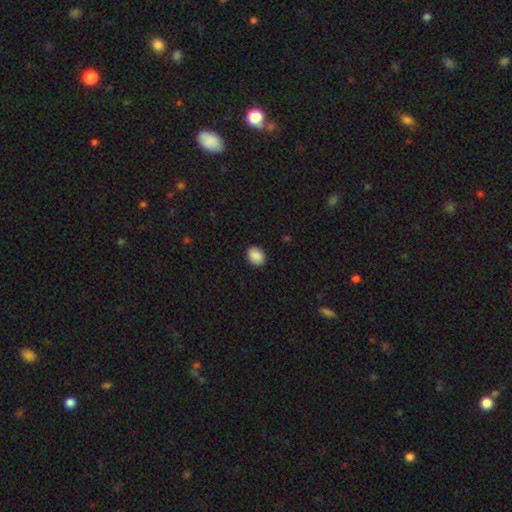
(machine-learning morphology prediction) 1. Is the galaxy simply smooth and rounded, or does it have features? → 89% smooth, 8% star or artifact, 3% featured or disk.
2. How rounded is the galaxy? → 53% in between, 46% round, 1% cigar-shaped.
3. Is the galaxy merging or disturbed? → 89% none, 8% minor disturbance, 2% major disturbance, 1% merger.